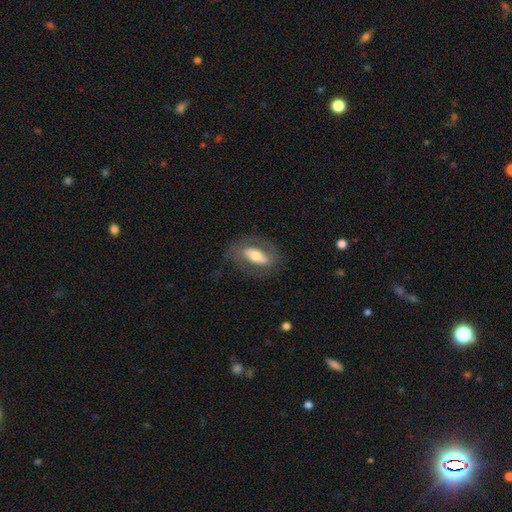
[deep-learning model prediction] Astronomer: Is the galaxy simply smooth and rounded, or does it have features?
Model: featured or disk — 50% (runner-up: smooth, 44%).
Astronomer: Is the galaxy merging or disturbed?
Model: none — 70%.